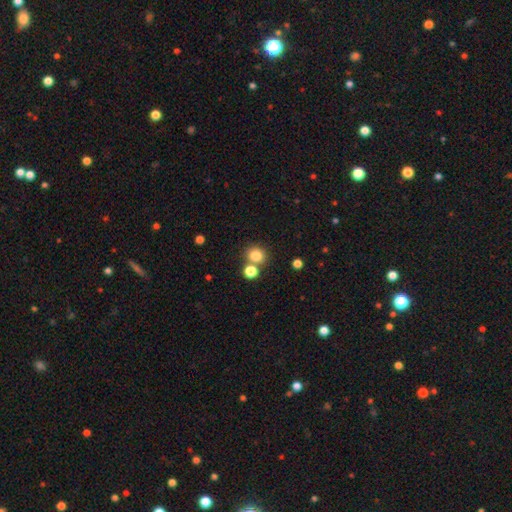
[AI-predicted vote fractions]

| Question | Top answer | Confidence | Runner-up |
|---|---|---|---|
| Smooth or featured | smooth | 80% | star or artifact (14%) |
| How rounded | round | 84% | in between (15%) |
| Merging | none | 69% | merger (20%) |